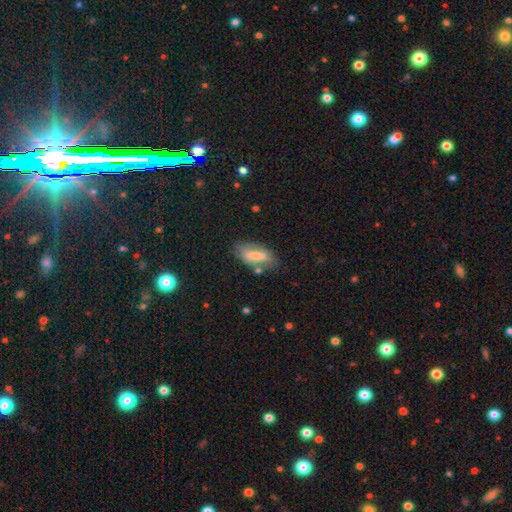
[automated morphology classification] The model was most divided on "merging": none: 65%, minor disturbance: 22%, major disturbance: 7%, merger: 5%. More confident: how rounded — in between (77%); smooth or featured — smooth (69%).